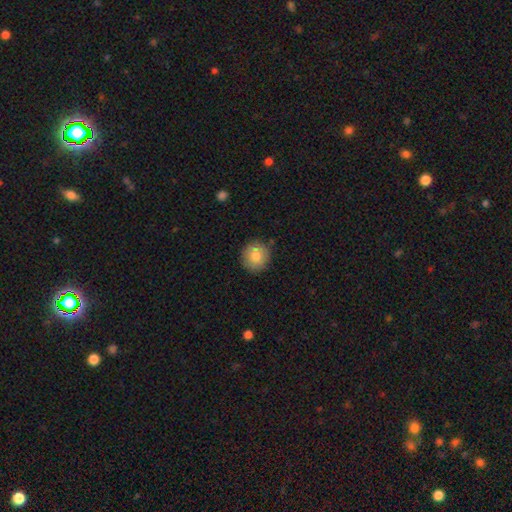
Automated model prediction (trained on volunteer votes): Smooth or featured? Predicted: smooth (p=0.80). How rounded? Predicted: round (p=0.91). Merging? Predicted: none (p=0.86).